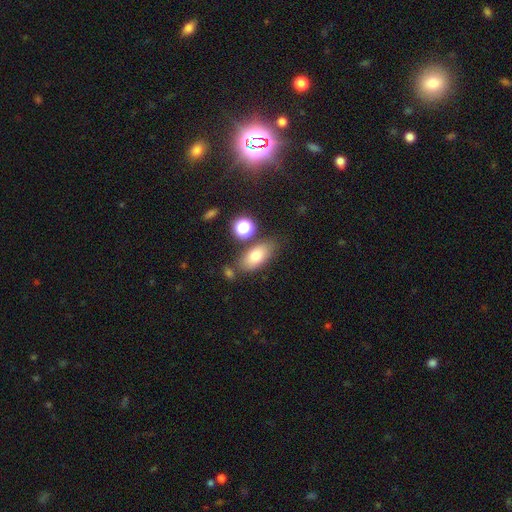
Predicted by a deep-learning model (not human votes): Smooth or featured: smooth — 76% (featured or disk — 14%)
How rounded: in between — 86% (round — 7%)
Merging: none — 72% (minor disturbance — 14%)